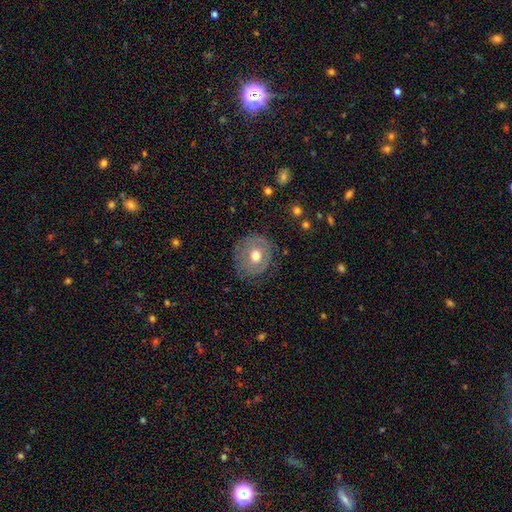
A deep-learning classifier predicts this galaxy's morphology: This appears to be a smooth galaxy with no disk features (51%) that is round (80%). Merging: none (73%).